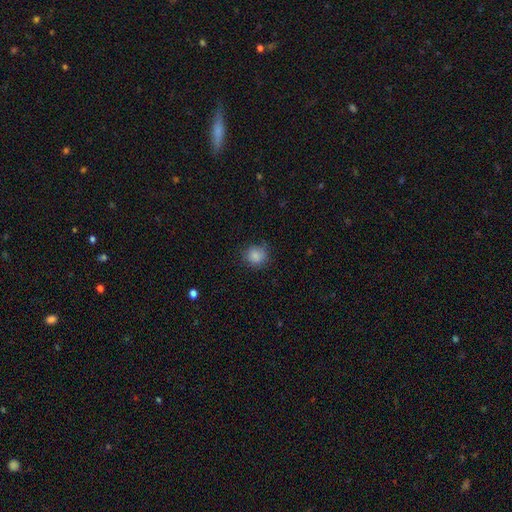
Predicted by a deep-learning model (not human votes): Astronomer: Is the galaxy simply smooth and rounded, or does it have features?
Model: smooth — 86%.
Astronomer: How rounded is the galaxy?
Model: round — 82%.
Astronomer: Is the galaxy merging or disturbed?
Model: none — 74%.